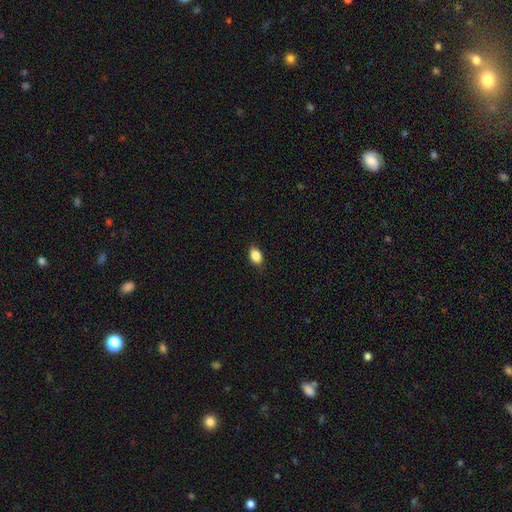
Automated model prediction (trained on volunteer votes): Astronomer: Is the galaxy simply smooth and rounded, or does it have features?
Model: smooth — 87%.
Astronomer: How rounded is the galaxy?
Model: in between — 84%.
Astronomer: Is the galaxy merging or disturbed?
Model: none — 86%.